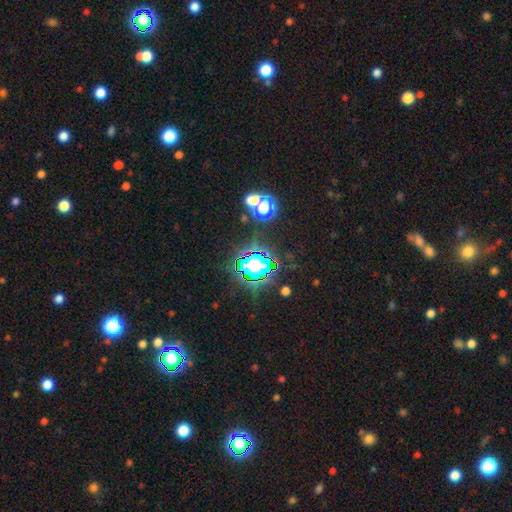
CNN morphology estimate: Smooth or featured: star or artifact — 82% (smooth — 11%)